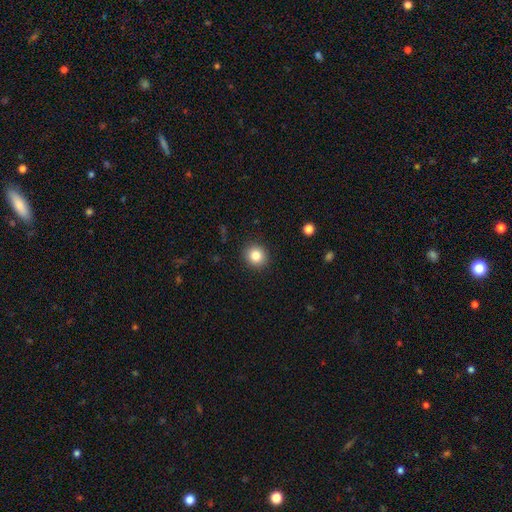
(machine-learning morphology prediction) Smooth or featured? Predicted: smooth (p=0.83). How rounded? Predicted: round (p=0.86). Merging? Predicted: none (p=0.91).